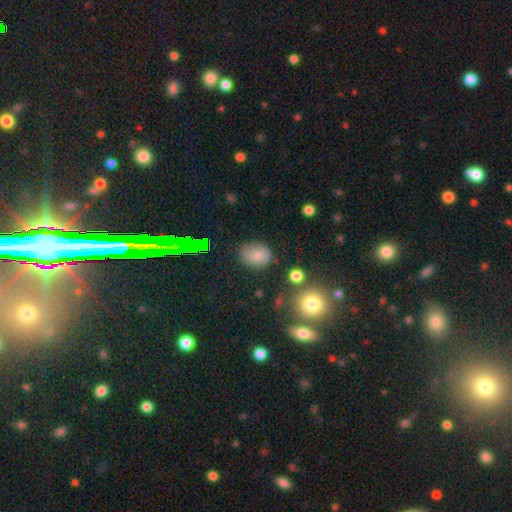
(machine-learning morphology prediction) Q: Smooth or featured?
A: smooth (66%); runner-up: featured or disk (20%)
Q: How rounded?
A: in between (50%); runner-up: round (49%)
Q: Merging?
A: none (74%); runner-up: minor disturbance (18%)